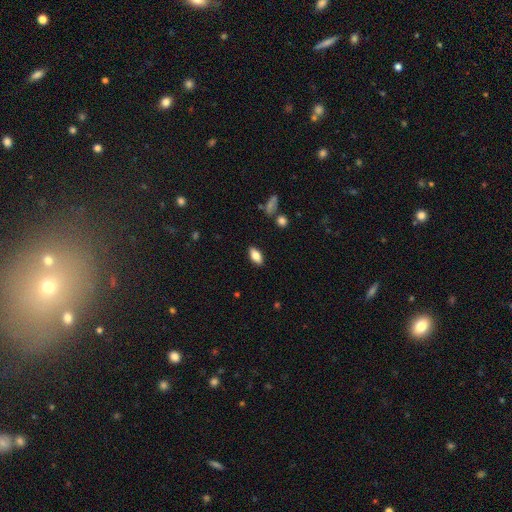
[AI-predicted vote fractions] Smooth or featured? Predicted: smooth (p=0.79). How rounded? Predicted: in between (p=0.88). Merging? Predicted: none (p=0.88).